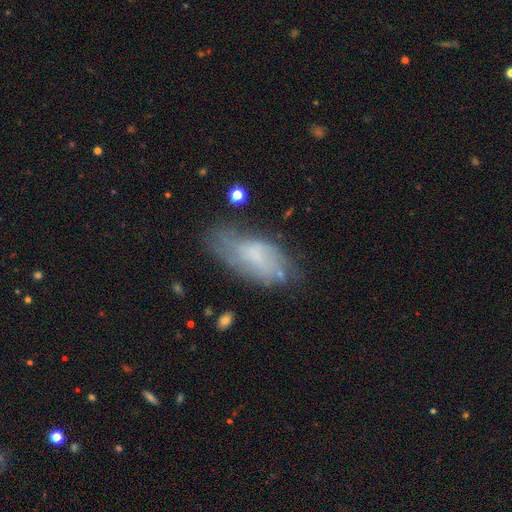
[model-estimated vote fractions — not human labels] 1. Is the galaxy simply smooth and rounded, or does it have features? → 48% smooth, 43% featured or disk, 9% star or artifact.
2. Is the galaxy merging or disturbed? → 51% none, 30% minor disturbance, 15% major disturbance, 4% merger.